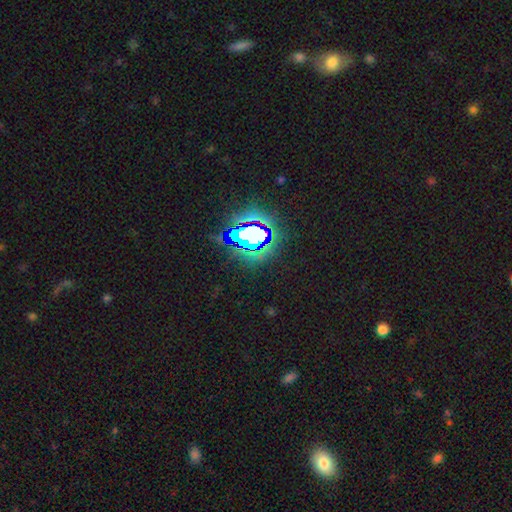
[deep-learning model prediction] Overall: star or artifact (79%).